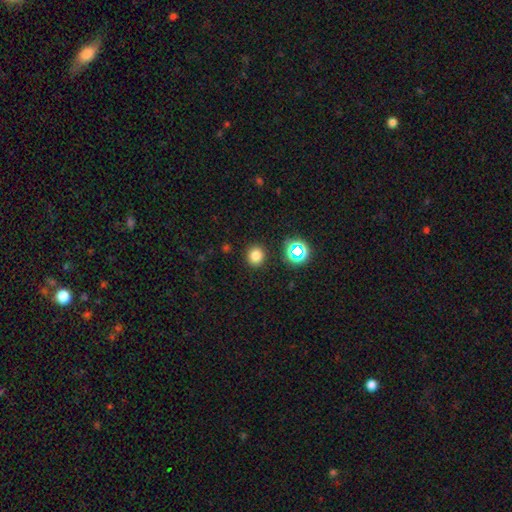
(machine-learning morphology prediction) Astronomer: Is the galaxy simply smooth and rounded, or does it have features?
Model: smooth — 77%.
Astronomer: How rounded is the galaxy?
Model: round — 85%.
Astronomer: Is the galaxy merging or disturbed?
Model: none — 89%.